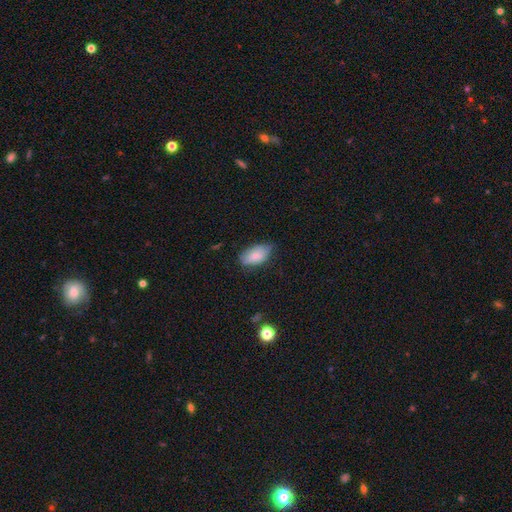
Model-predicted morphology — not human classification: type=smooth (84%); roundness=in between (94%); merging=none (64%).